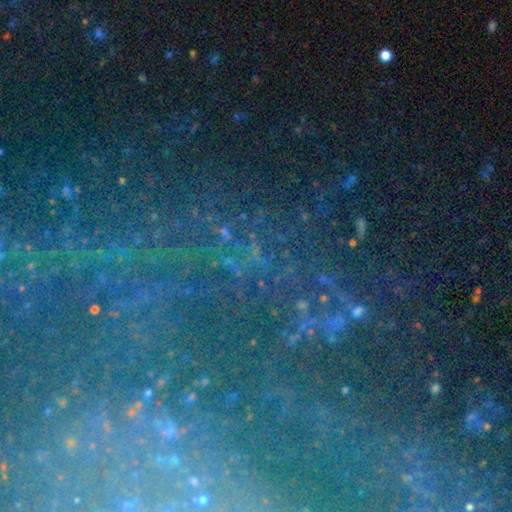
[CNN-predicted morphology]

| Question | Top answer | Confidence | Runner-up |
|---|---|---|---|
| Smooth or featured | star or artifact | 78% | featured or disk (12%) |